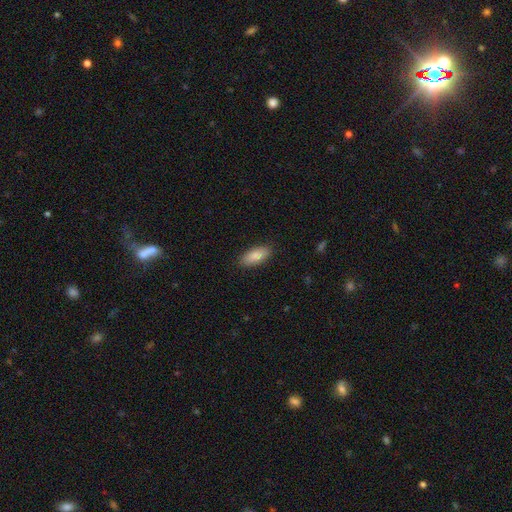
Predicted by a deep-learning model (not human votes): smooth_or_featured: smooth (p=0.86) [alt: featured or disk p=0.08]
how_rounded: in between (p=0.82) [alt: cigar-shaped p=0.16]
merging: none (p=0.88) [alt: minor disturbance p=0.09]